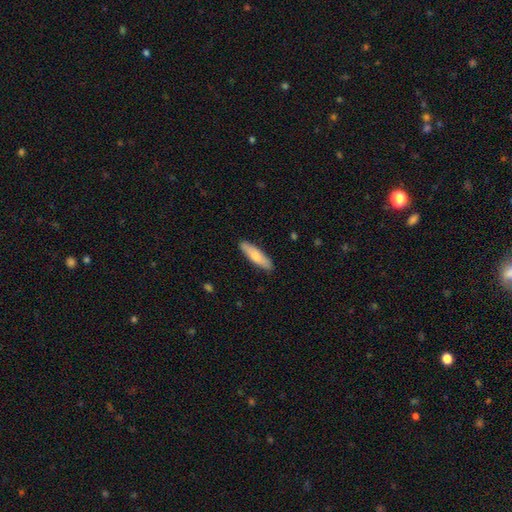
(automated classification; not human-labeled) smooth_or_featured: smooth (p=0.75) [alt: featured or disk p=0.20]
how_rounded: cigar-shaped (p=0.68) [alt: in between p=0.31]
merging: none (p=0.88) [alt: minor disturbance p=0.09]